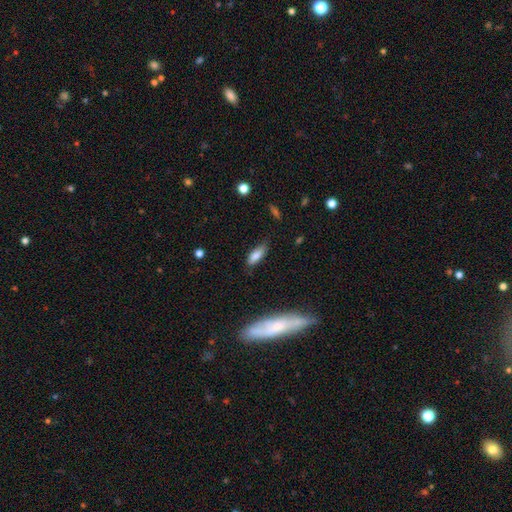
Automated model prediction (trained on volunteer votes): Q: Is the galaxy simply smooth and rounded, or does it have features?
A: smooth — 82%.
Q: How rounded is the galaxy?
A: in between — 70%.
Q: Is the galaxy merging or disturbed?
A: none — 74%.